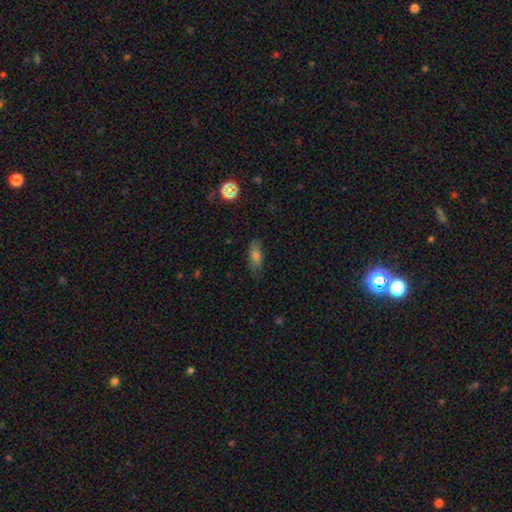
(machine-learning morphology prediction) type=smooth (67%); roundness=in between (68%); merging=none (76%).